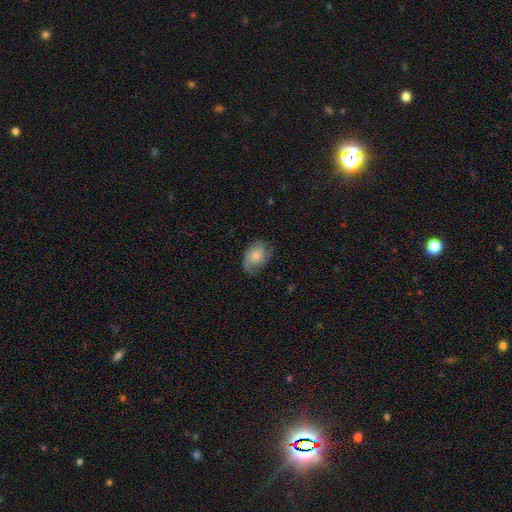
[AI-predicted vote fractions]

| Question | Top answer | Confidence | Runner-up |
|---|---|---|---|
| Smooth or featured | smooth | 60% | featured or disk (32%) |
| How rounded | in between | 77% | round (22%) |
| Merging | none | 59% | minor disturbance (28%) |